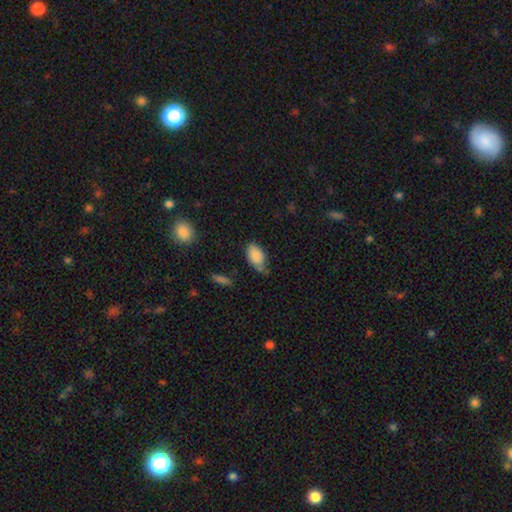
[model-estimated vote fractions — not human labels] smooth 86%, star or artifact 8%, featured or disk 6%. Down the decision tree: how rounded — in between (92%); merging — none (54%).